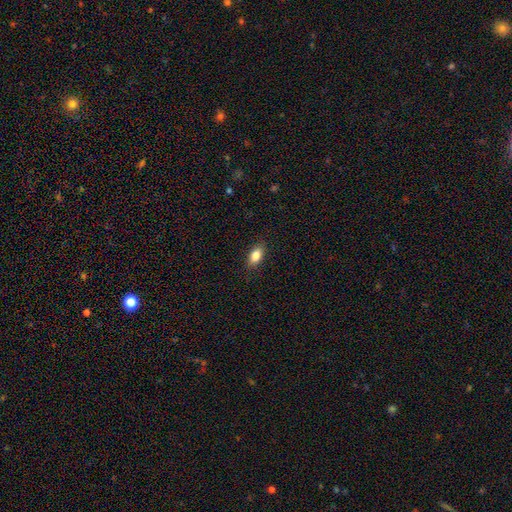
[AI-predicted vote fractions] A smooth galaxy with no disk features (85%) that is in between round and cigar-shaped (87%).

Vote fractions:
- Smooth or featured? smooth: 85% / star or artifact: 8% / featured or disk: 8%
- How rounded? in between: 87% / cigar-shaped: 7% / round: 6%
- Merging? none: 87% / minor disturbance: 10% / major disturbance: 2% / merger: 1%